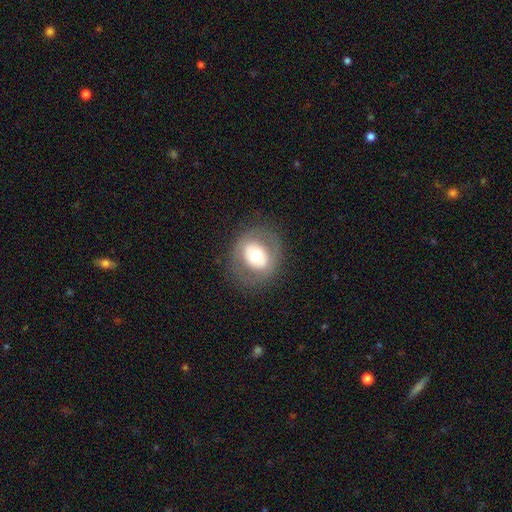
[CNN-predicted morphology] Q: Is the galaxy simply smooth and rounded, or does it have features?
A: smooth — 56%.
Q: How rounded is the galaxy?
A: round — 73%.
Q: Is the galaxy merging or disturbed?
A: none — 80%.